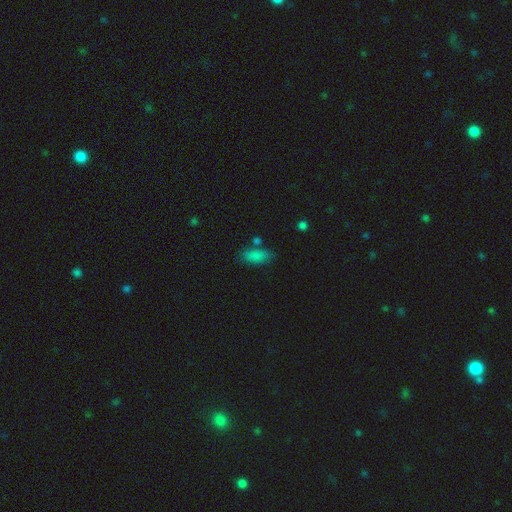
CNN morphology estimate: A smooth galaxy with no disk features (83%) that is in between round and cigar-shaped (81%). Merging: none (68%).